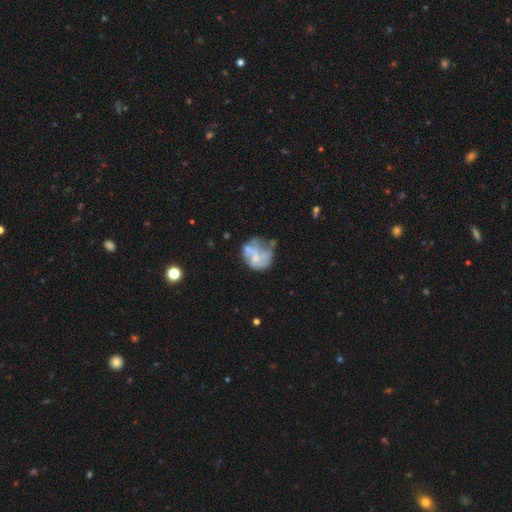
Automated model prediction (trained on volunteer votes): The model was most divided on "merging": none: 40%, minor disturbance: 25%, major disturbance: 25%, merger: 10%. More confident: edge-on disk — no (98%); bar — no (78%); spiral arms — no (67%); smooth or featured — featured or disk (55%); bulge size — none (53%).